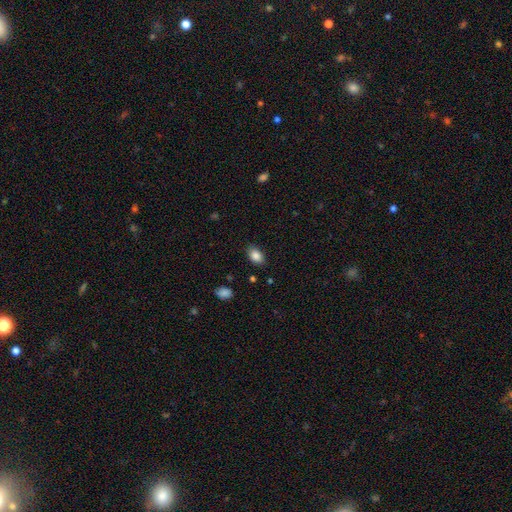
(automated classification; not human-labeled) smooth 86%, star or artifact 8%, featured or disk 6%. Down the decision tree: how rounded — in between (87%); merging — none (85%).